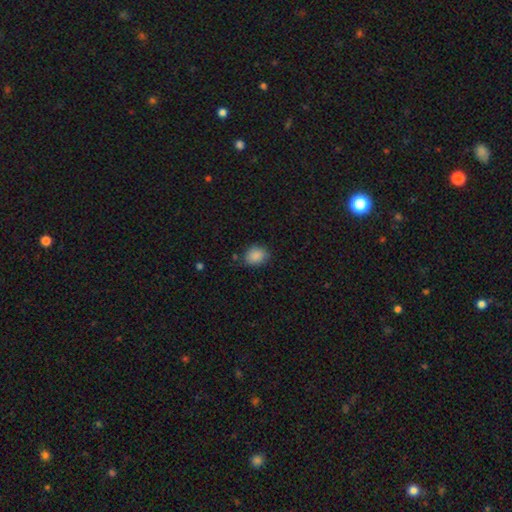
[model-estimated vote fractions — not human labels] The model was most divided on "how rounded": round: 50%, in between: 49%, cigar-shaped: 1%. More confident: smooth or featured — smooth (87%); merging — none (75%).